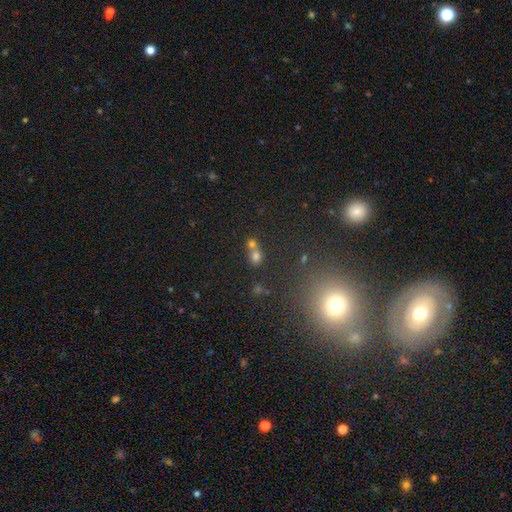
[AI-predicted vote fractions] smooth_or_featured: smooth (p=0.65) [alt: star or artifact p=0.24]
how_rounded: round (p=0.64) [alt: in between p=0.34]
merging: merger (p=0.46) [alt: none p=0.43]